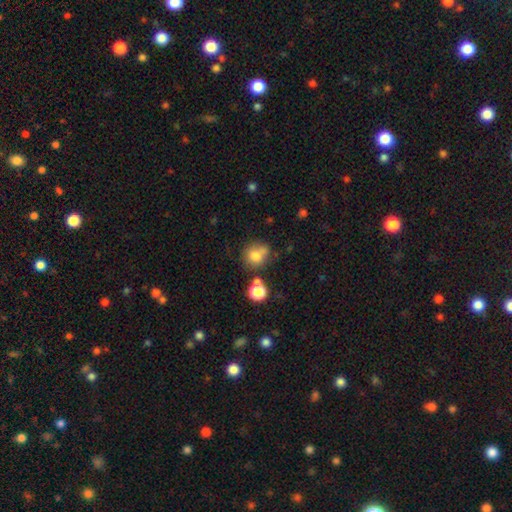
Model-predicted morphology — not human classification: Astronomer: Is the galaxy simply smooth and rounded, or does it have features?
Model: smooth — 75%.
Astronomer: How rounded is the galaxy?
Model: round — 81%.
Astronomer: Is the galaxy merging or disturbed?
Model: none — 56%.